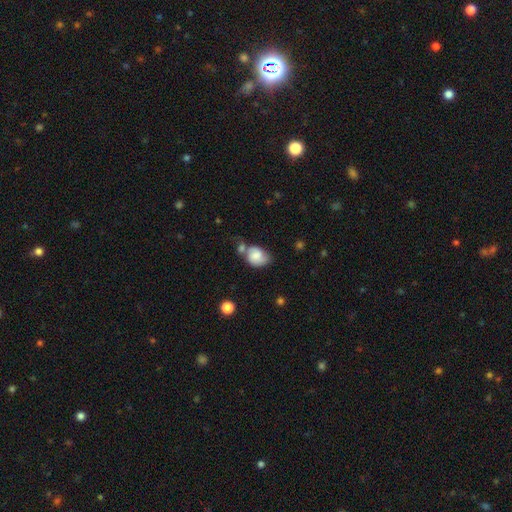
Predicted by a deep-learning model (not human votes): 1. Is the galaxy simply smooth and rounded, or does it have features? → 68% smooth, 24% featured or disk, 8% star or artifact.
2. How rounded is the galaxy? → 65% in between, 34% round, 1% cigar-shaped.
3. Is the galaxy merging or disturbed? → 32% none, 30% merger, 26% minor disturbance, 12% major disturbance.